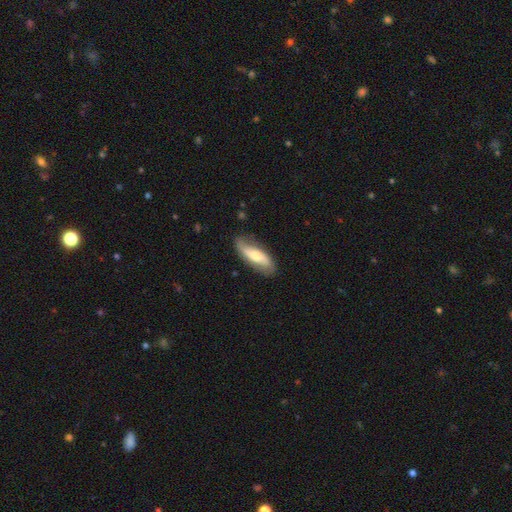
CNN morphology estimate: Smooth or featured? featured or disk (54%)
Edge-on disk? no (82%)
Merging? none (75%)